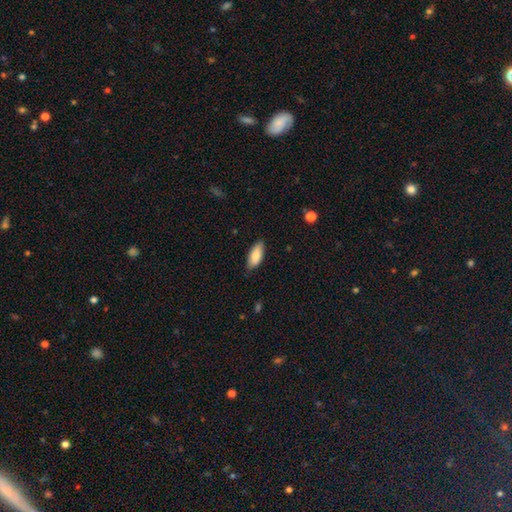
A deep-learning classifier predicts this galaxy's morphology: Smooth or featured? Predicted: smooth (p=0.83). How rounded? Predicted: in between (p=0.81). Merging? Predicted: none (p=0.80).